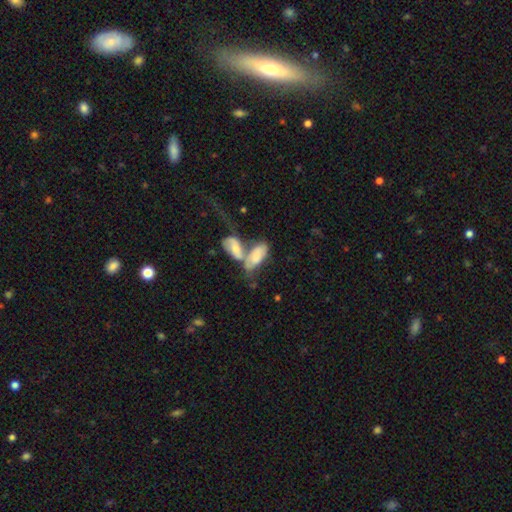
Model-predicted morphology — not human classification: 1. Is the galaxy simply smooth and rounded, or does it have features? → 57% smooth, 34% featured or disk, 9% star or artifact.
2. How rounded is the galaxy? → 84% in between, 13% cigar-shaped, 3% round.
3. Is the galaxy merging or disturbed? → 71% merger, 12% none, 10% major disturbance, 7% minor disturbance.